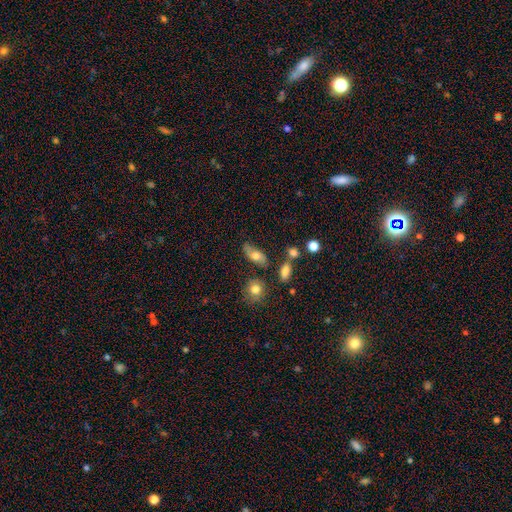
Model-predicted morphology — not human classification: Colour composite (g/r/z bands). It shows a smooth galaxy with no disk features (65%) that is in between round and cigar-shaped (81%). Merging: none (59%).